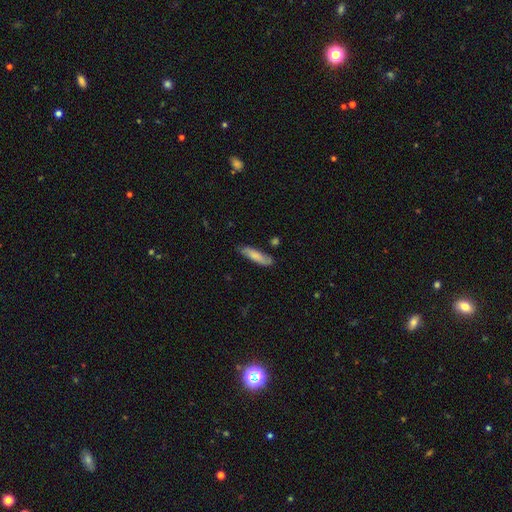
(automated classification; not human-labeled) A smooth galaxy with no disk features (76%) that is cigar-shaped (69%). Merging: none (77%).